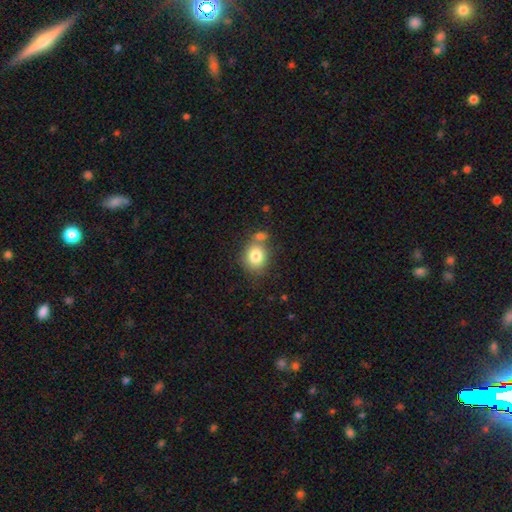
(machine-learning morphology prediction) This appears to be a smooth galaxy with no disk features (80%) that is round (64%). Merging: none (57%).